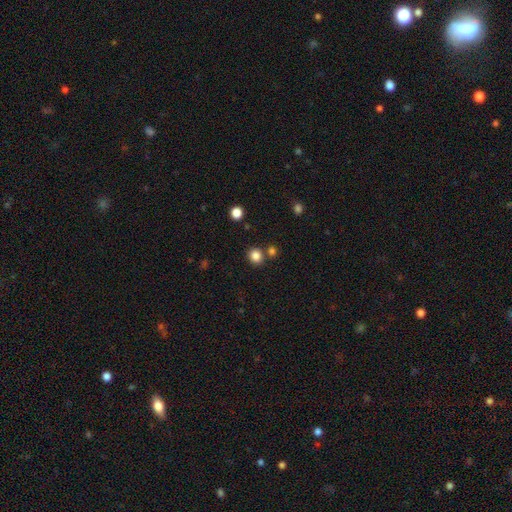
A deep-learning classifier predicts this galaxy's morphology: Smooth or featured? smooth (83%)
How rounded? round (84%)
Merging? none (78%)